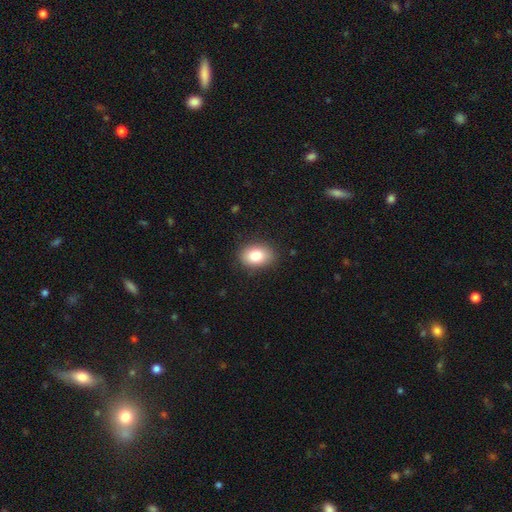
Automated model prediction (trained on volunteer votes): Morphology: type=smooth (81%); roundness=in between (72%); merging=none (87%).